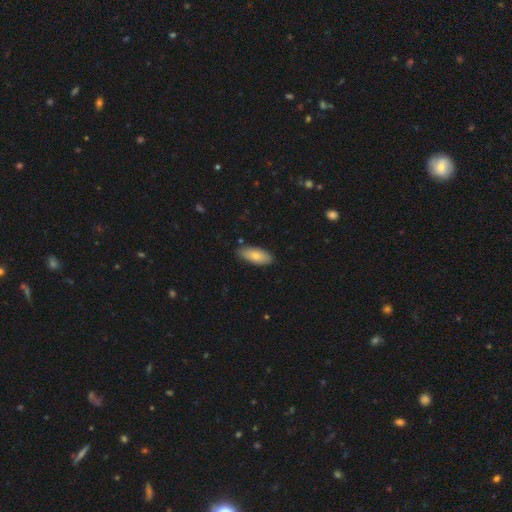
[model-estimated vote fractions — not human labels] Morphology: type=smooth (79%); roundness=in between (85%); merging=none (85%).